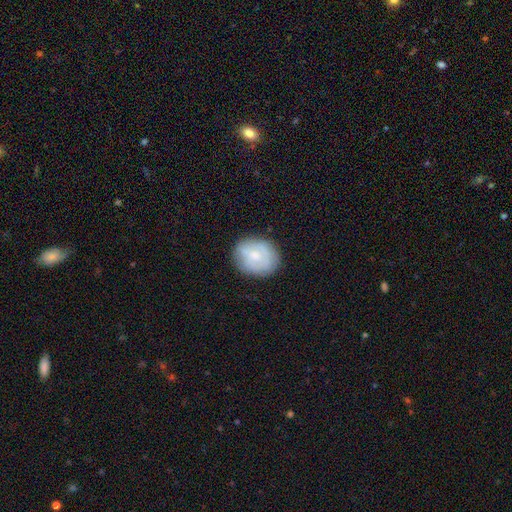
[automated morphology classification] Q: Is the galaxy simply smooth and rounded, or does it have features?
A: smooth — 52%.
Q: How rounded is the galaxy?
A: round — 61%.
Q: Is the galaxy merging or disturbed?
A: none — 76%.